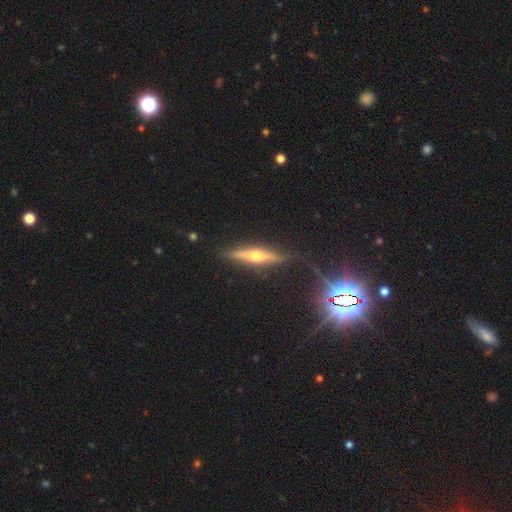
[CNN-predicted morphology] Smooth or featured?
  - featured or disk: 68% *
  - smooth: 22%
  - star or artifact: 10%
Edge-on disk?
  - yes: 96% *
  - no: 4%
Edge-on bulge?
  - rounded: 92% *
  - none: 4%
  - boxy: 4%
Merging?
  - none: 86% *
  - minor disturbance: 10%
  - major disturbance: 3%
  - merger: 2%